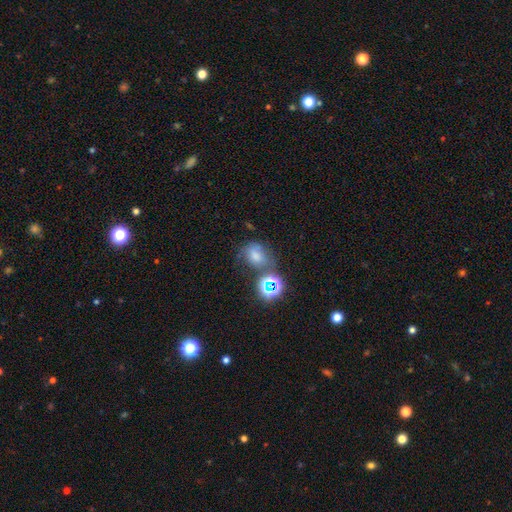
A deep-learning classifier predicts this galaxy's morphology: smooth 41%, star or artifact 35%, featured or disk 24%. Down the decision tree: merging — none (52%).